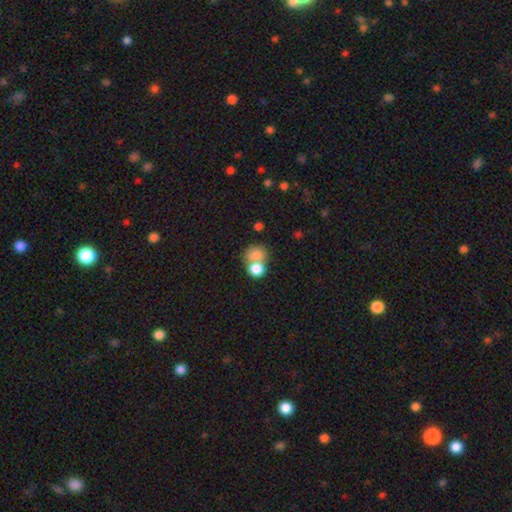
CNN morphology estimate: Smooth or featured? Predicted: smooth (p=0.79). How rounded? Predicted: round (p=0.54). Merging? Predicted: merger (p=0.54).